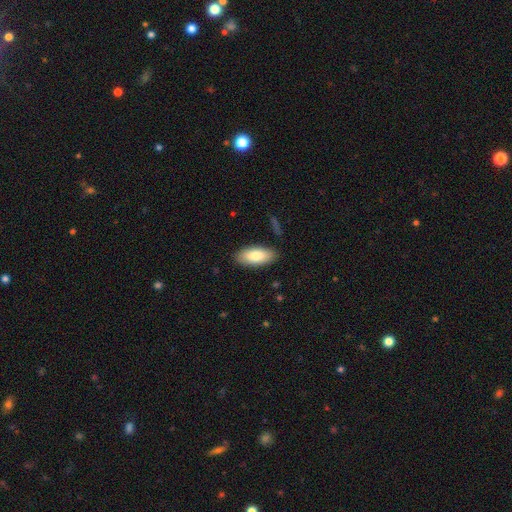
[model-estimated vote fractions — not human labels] Smooth or featured: smooth — 82% (featured or disk — 12%)
How rounded: in between — 90% (cigar-shaped — 8%)
Merging: none — 86% (minor disturbance — 10%)